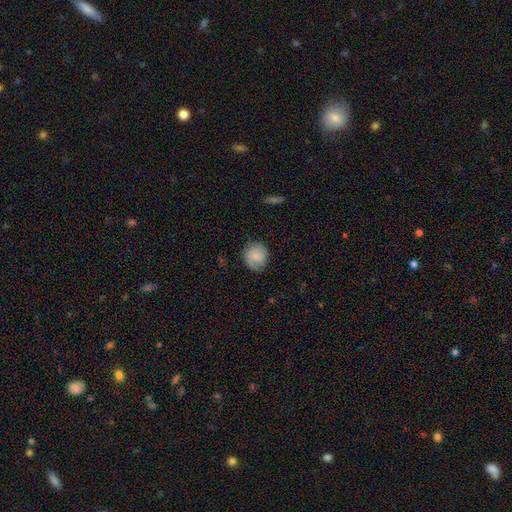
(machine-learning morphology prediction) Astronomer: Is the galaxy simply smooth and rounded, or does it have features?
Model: smooth — 77%.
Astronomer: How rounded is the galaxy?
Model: round — 82%.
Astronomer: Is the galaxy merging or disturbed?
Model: none — 75%.